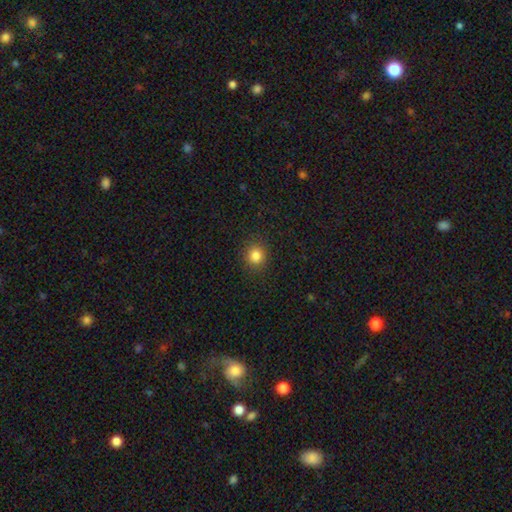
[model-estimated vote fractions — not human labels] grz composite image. It shows a smooth galaxy with no disk features (83%) that is round (88%). Merging: none (90%).